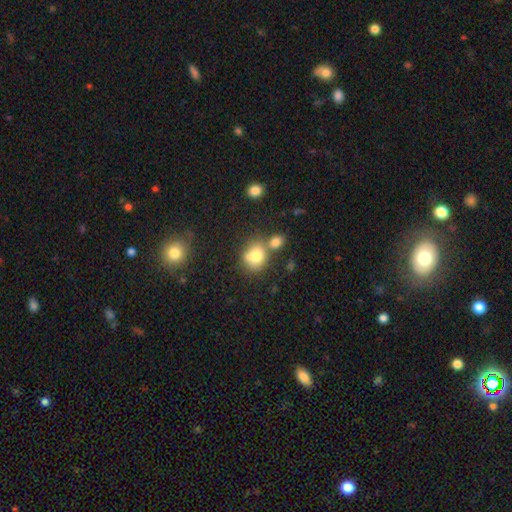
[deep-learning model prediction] Smooth or featured? smooth (77%)
How rounded? round (62%)
Merging? none (43%)